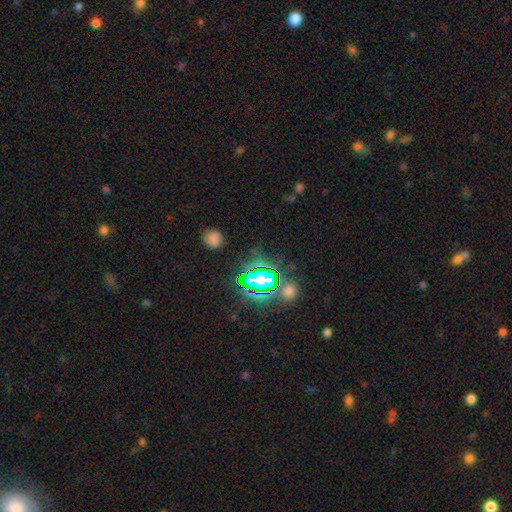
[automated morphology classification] Q: Smooth or featured?
A: star or artifact (73%); runner-up: smooth (19%)